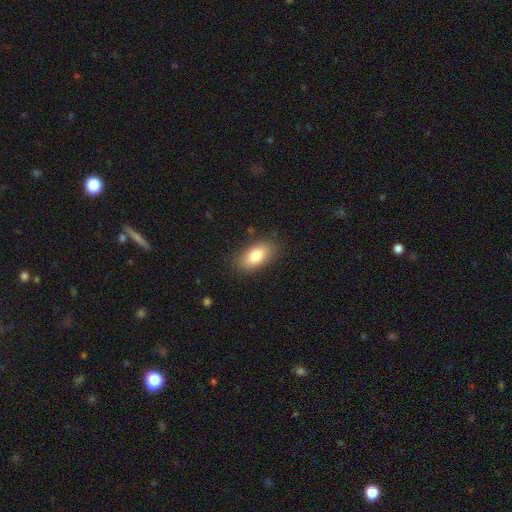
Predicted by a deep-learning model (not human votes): Q: Smooth or featured?
A: smooth (82%); runner-up: featured or disk (11%)
Q: How rounded?
A: in between (92%); runner-up: round (5%)
Q: Merging?
A: none (84%); runner-up: minor disturbance (12%)